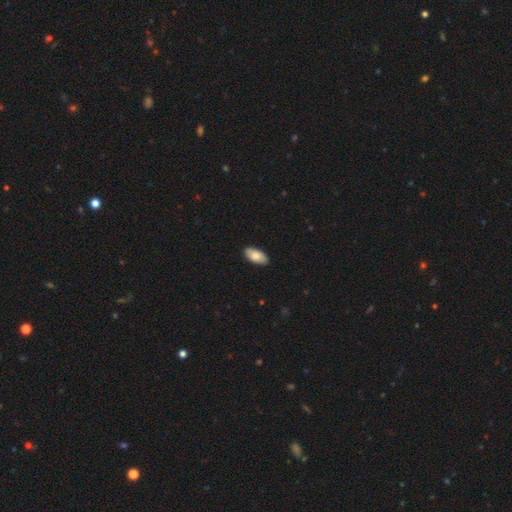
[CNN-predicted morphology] The model was most divided on "smooth or featured": smooth: 81%, featured or disk: 14%, star or artifact: 6%. More confident: how rounded — in between (94%); merging — none (88%).